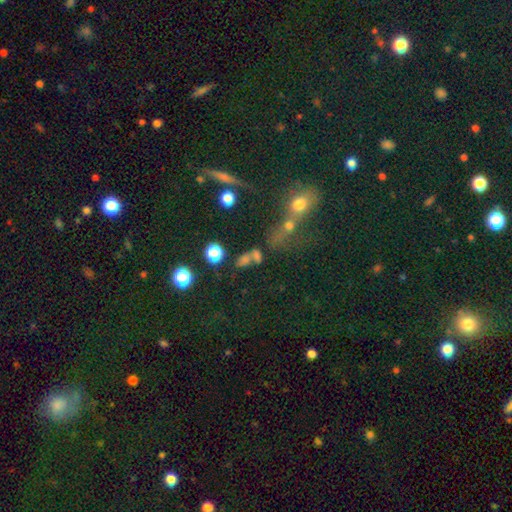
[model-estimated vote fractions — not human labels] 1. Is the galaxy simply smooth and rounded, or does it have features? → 47% smooth, 34% star or artifact, 19% featured or disk.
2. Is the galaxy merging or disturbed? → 41% none, 39% merger, 11% minor disturbance, 10% major disturbance.